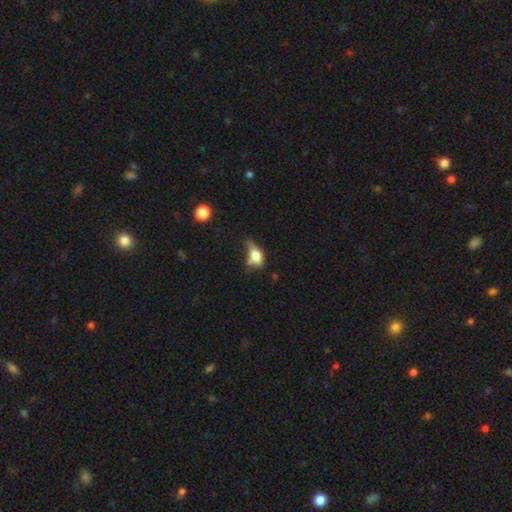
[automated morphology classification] smooth 66%, featured or disk 24%, star or artifact 11%. Down the decision tree: how rounded — in between (75%); merging — minor disturbance (34%).